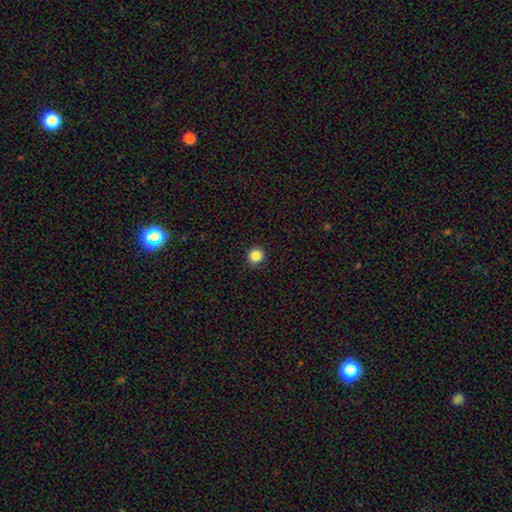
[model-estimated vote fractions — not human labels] Morphology: type=smooth (85%); roundness=round (94%); merging=none (93%).